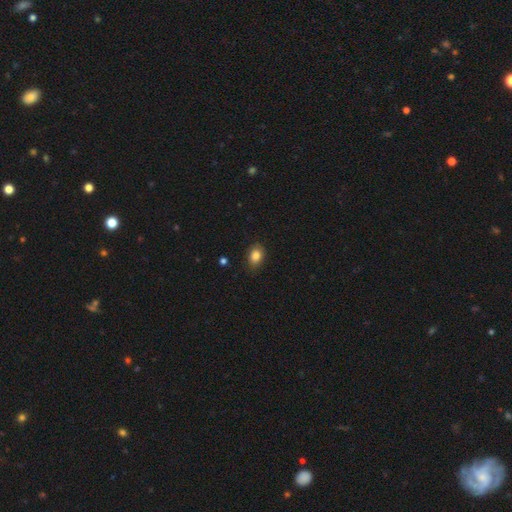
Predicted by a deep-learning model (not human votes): The model was most divided on "how rounded": in between: 74%, round: 25%, cigar-shaped: 1%. More confident: smooth or featured — smooth (85%); merging — none (84%).